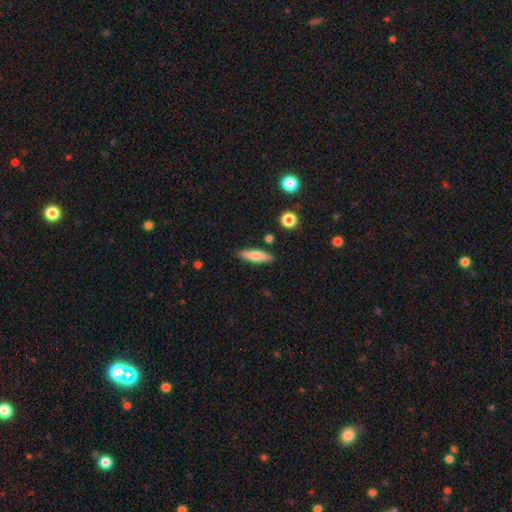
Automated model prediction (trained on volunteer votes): smooth 66%, featured or disk 27%, star or artifact 7%. Down the decision tree: how rounded — cigar-shaped (65%); merging — none (85%).